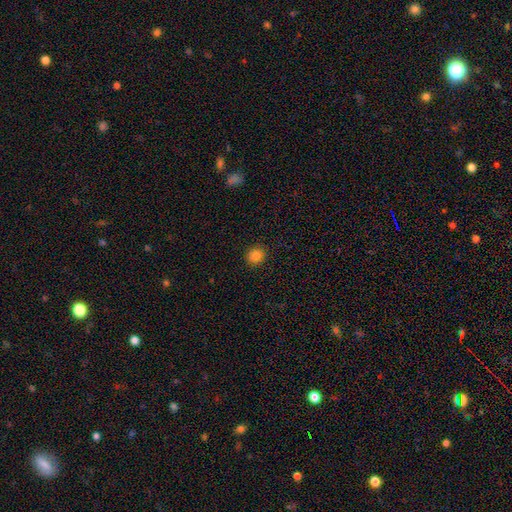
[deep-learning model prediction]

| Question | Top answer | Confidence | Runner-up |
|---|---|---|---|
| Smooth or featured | smooth | 84% | star or artifact (12%) |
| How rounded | round | 83% | in between (16%) |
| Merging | none | 91% | minor disturbance (6%) |